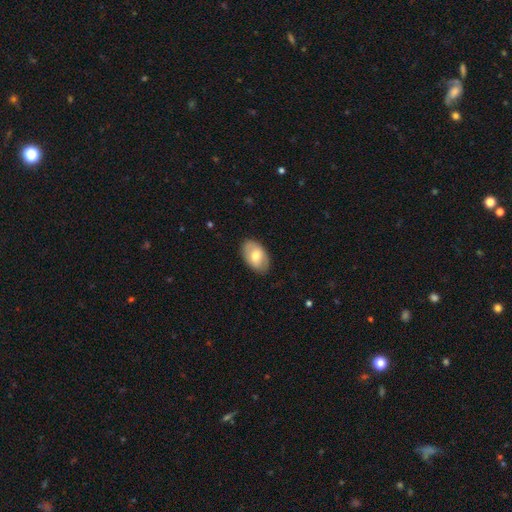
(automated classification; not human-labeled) This is likely a smooth galaxy (64%). How rounded: clearly in between (91%). Merging: clearly none (83%).